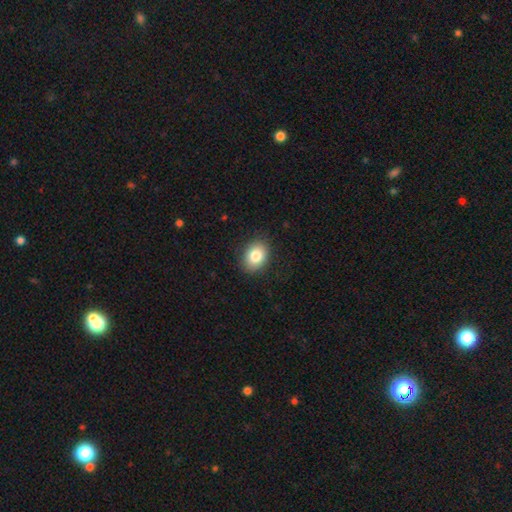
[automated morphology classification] Smooth or featured? smooth (83%)
How rounded? in between (67%)
Merging? none (88%)